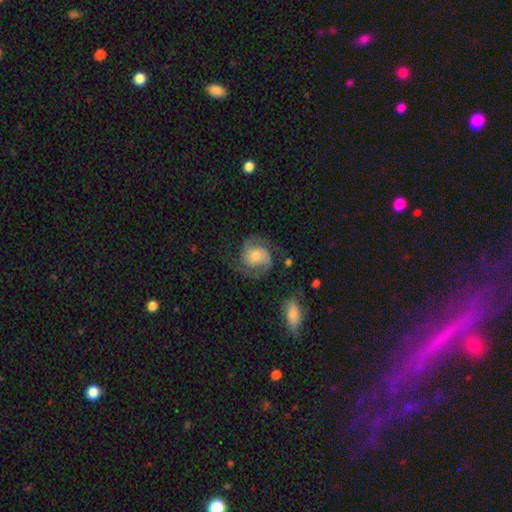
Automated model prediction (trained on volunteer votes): The model was most divided on "spiral winding": medium: 48%, tight: 37%, loose: 15%. More confident: edge-on disk — no (98%); spiral arms — yes (96%); spiral arm count — 2 (86%); smooth or featured — featured or disk (78%); merging — none (71%); bar — no (68%); bulge size — moderate (56%).